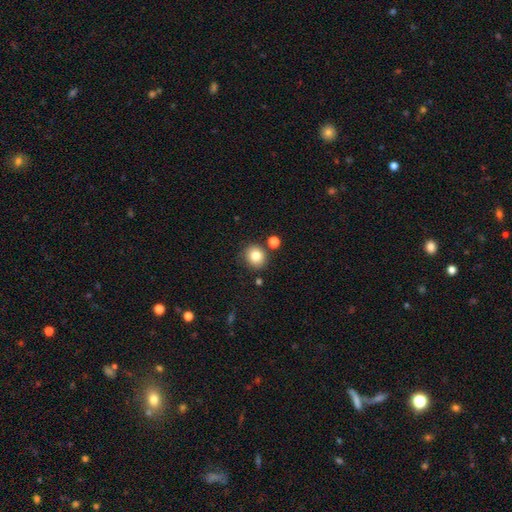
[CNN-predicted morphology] This is clearly a smooth galaxy (81%). How rounded: clearly round (84%). Merging: likely none (78%).